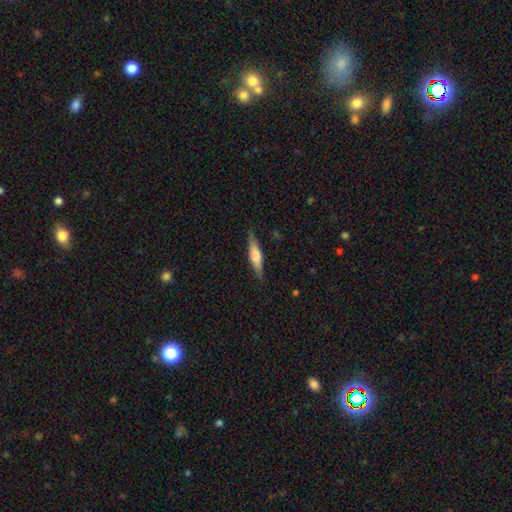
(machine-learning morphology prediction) The model was most divided on "smooth or featured": smooth: 48%, featured or disk: 46%, star or artifact: 6%. More confident: merging — none (86%).